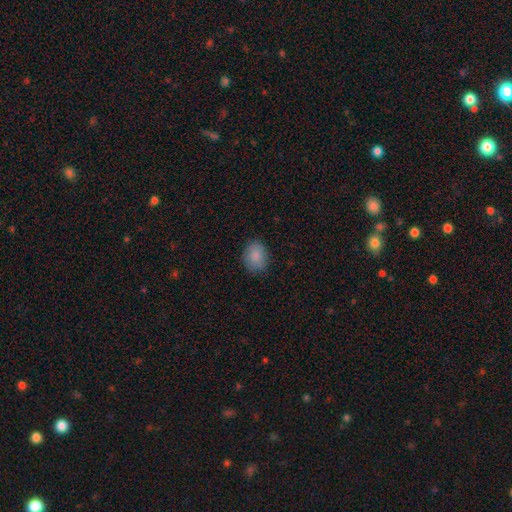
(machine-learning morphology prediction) type=smooth (87%); roundness=in between (55%); merging=none (84%).